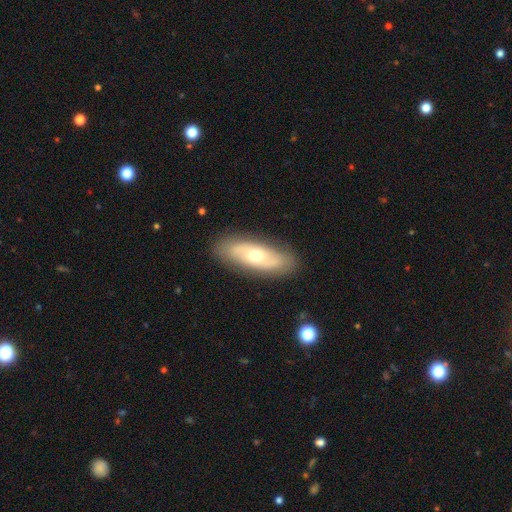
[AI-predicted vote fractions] Smooth or featured? smooth (48%)
Merging? none (85%)